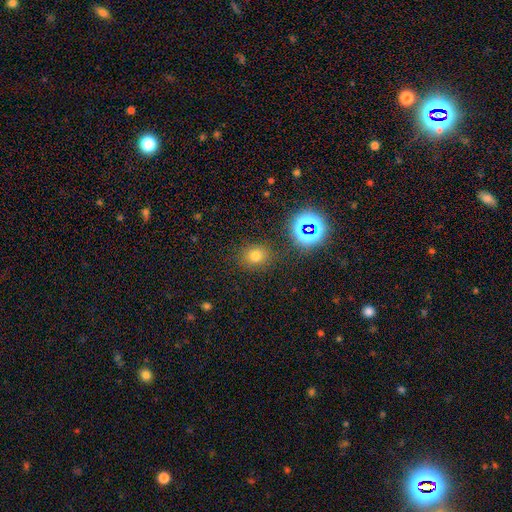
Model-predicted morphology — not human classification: This appears to be a smooth galaxy with no disk features (71%) that is round (70%). Merging: none (83%).